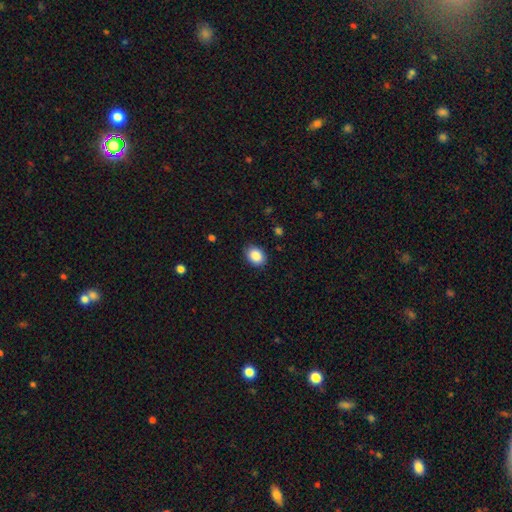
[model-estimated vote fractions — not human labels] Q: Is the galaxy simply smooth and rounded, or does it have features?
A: smooth — 88%.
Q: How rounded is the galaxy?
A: in between — 66%.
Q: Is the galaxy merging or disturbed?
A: none — 87%.